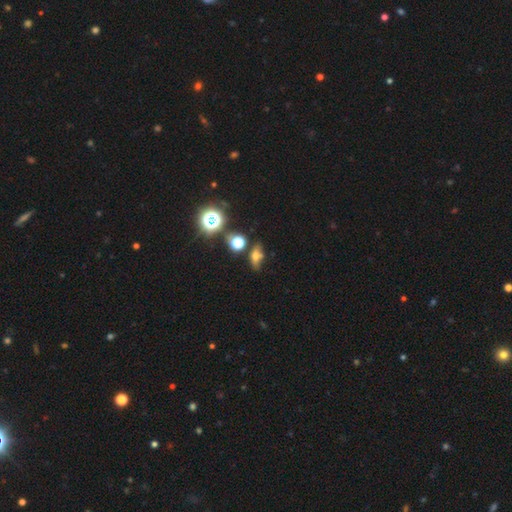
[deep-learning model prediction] Smooth or featured? Predicted: smooth (p=0.53). How rounded? Predicted: in between (p=0.66). Merging? Predicted: none (p=0.61).